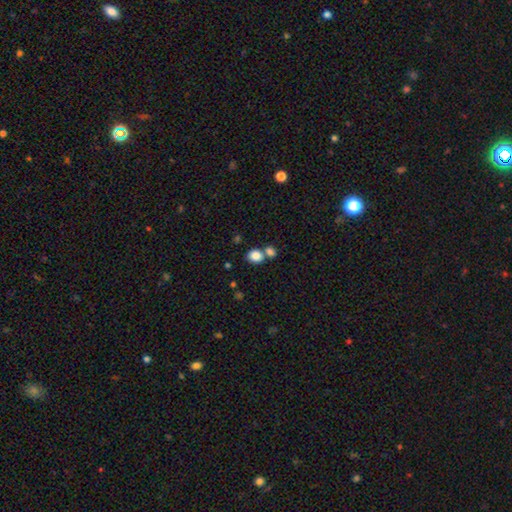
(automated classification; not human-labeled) Q: Smooth or featured?
A: smooth (85%); runner-up: star or artifact (9%)
Q: How rounded?
A: round (53%); runner-up: in between (46%)
Q: Merging?
A: none (50%); runner-up: merger (37%)